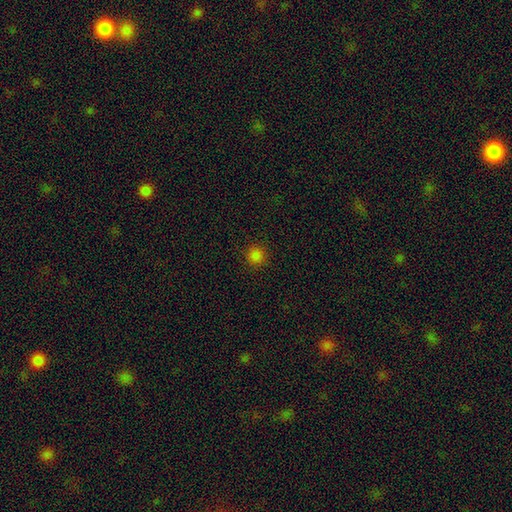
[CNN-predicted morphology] Smooth or featured?
  - smooth: 82% *
  - star or artifact: 15%
  - featured or disk: 3%
How rounded?
  - round: 94% *
  - in between: 5%
  - cigar-shaped: 1%
Merging?
  - none: 91% *
  - minor disturbance: 6%
  - major disturbance: 2%
  - merger: 1%